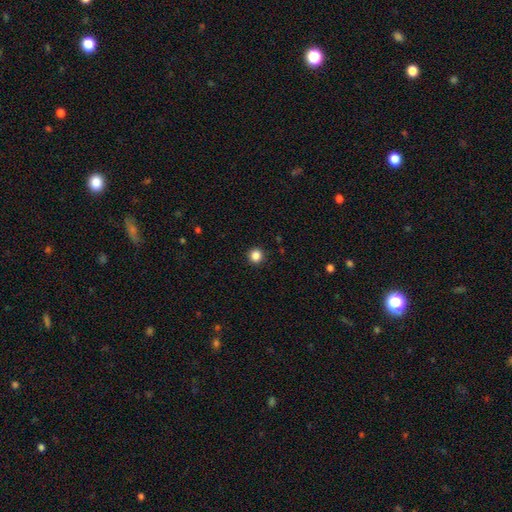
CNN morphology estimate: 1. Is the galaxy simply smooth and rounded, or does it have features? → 86% smooth, 11% star or artifact, 3% featured or disk.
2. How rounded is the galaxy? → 93% round, 6% in between, 1% cigar-shaped.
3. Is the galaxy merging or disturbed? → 92% none, 5% minor disturbance, 2% major disturbance, 1% merger.